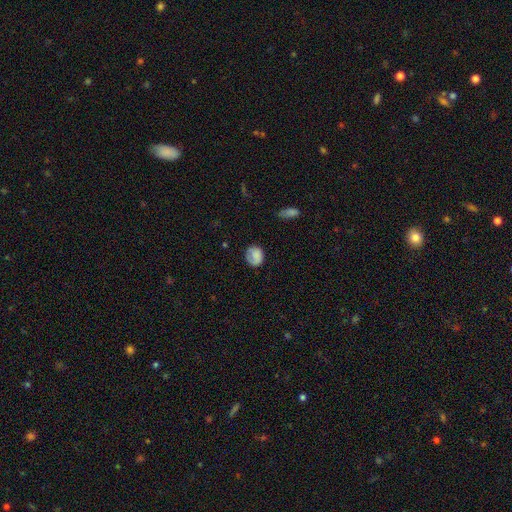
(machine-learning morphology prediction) Smooth or featured?
  - smooth: 79% *
  - featured or disk: 13%
  - star or artifact: 8%
How rounded?
  - round: 70% *
  - in between: 29%
  - cigar-shaped: 1%
Merging?
  - none: 69% *
  - minor disturbance: 22%
  - major disturbance: 8%
  - merger: 2%